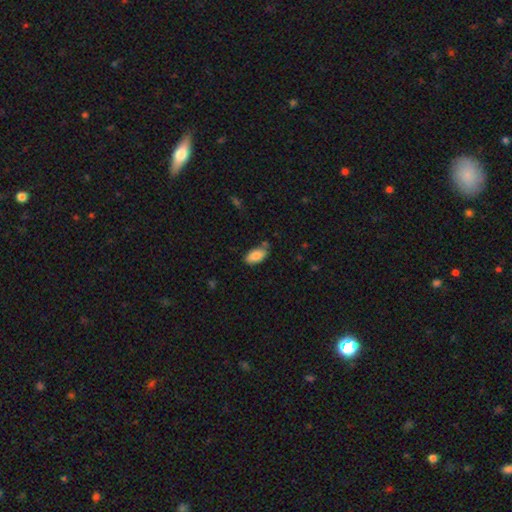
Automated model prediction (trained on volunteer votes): This appears to be a smooth galaxy with no disk features (86%) that is in between round and cigar-shaped (94%). Merging: none (70%).